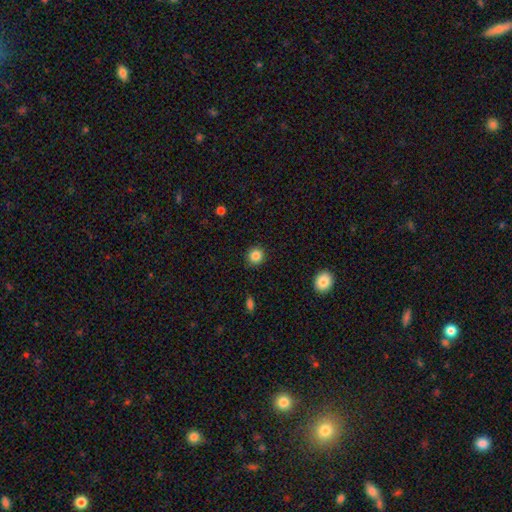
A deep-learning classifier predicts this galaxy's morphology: Smooth or featured? Predicted: smooth (p=0.86). How rounded? Predicted: round (p=0.91). Merging? Predicted: none (p=0.91).